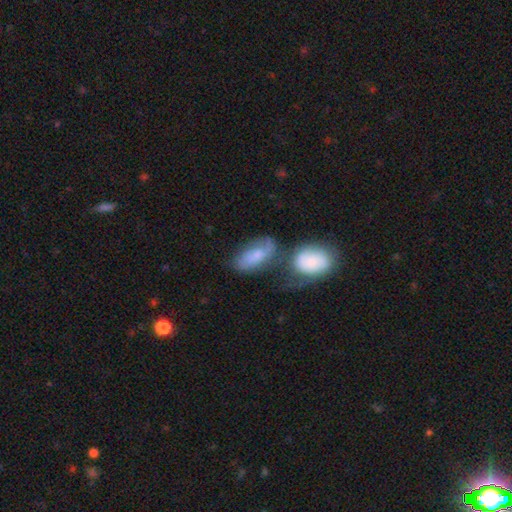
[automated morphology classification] Overall: smooth (57%; featured or disk 35%). How rounded: in between (87%). Merging: merger (33%; none 32%).